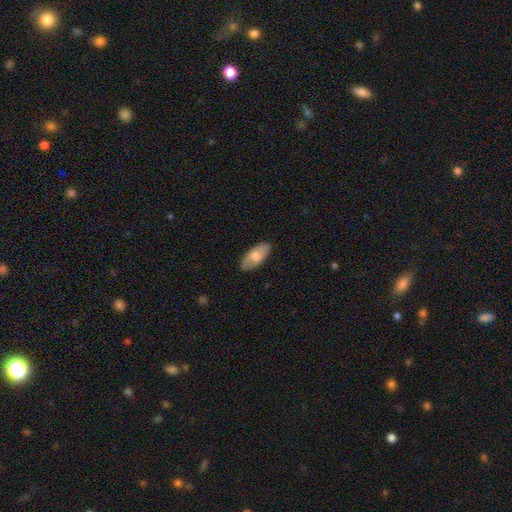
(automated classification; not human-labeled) Smooth or featured?
  - smooth: 69% *
  - featured or disk: 25%
  - star or artifact: 6%
How rounded?
  - in between: 89% *
  - cigar-shaped: 9%
  - round: 2%
Merging?
  - none: 83% *
  - minor disturbance: 14%
  - major disturbance: 3%
  - merger: 1%